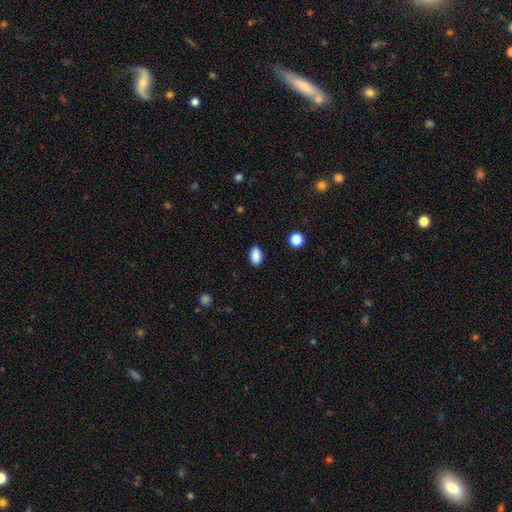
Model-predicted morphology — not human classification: This appears to be a smooth galaxy with no disk features (89%) that is in between round and cigar-shaped (88%). Merging: none (87%).